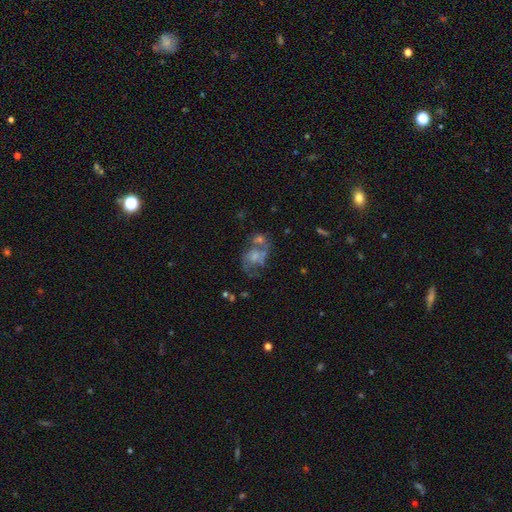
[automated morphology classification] smooth_or_featured: featured or disk (p=0.61) [alt: smooth p=0.26]
disk_edge_on: no (p=0.97) [alt: yes p=0.03]
bar: no (p=0.73) [alt: weak p=0.23]
has_spiral_arms: yes (p=0.61) [alt: no p=0.39]
bulge_size: moderate (p=0.34) [alt: small p=0.29]
merging: none (p=0.34) [alt: merger p=0.27]